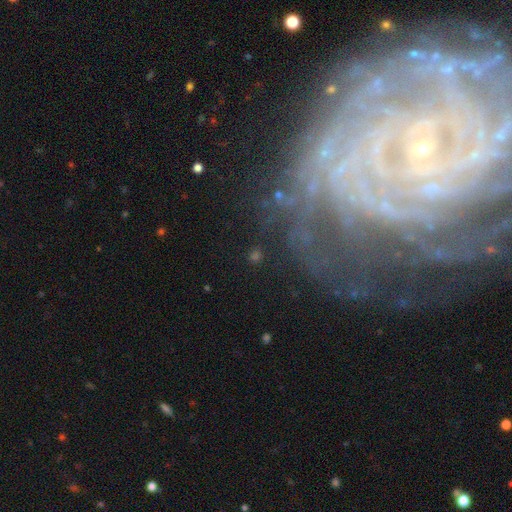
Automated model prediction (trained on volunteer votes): This appears to be a featured or disk galaxy (43%). Merging: none (74%).